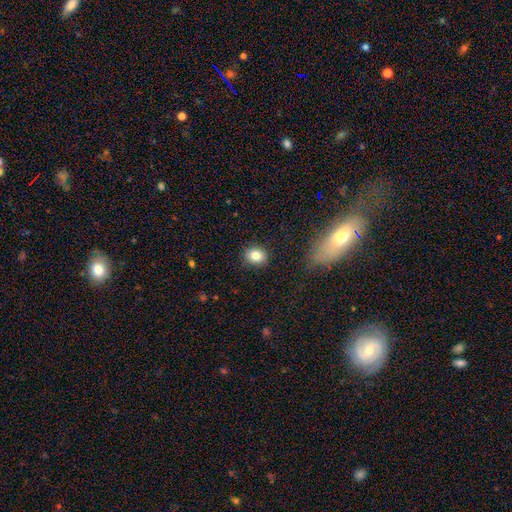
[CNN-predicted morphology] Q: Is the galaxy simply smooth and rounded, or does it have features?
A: smooth — 83%.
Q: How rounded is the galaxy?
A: round — 64%.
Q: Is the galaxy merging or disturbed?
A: none — 89%.